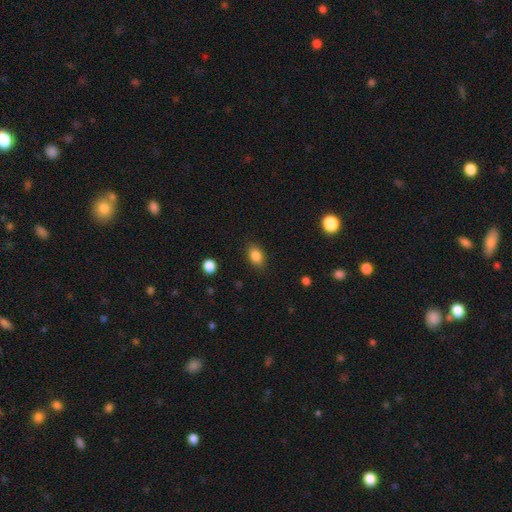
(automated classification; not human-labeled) smooth_or_featured: smooth (p=0.85) [alt: star or artifact p=0.09]
how_rounded: in between (p=0.81) [alt: round p=0.17]
merging: none (p=0.86) [alt: minor disturbance p=0.10]